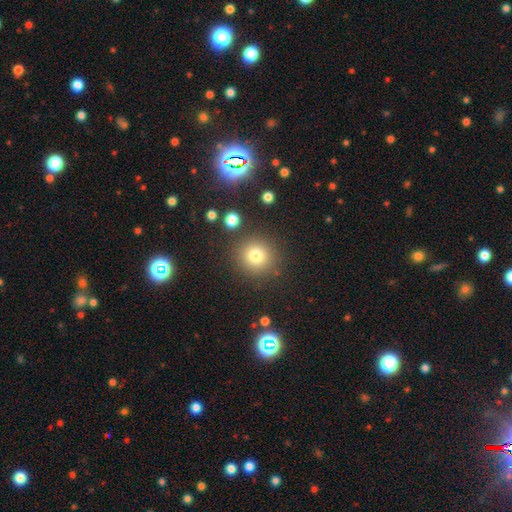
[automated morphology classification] Smooth or featured? smooth (77%)
How rounded? round (93%)
Merging? none (86%)